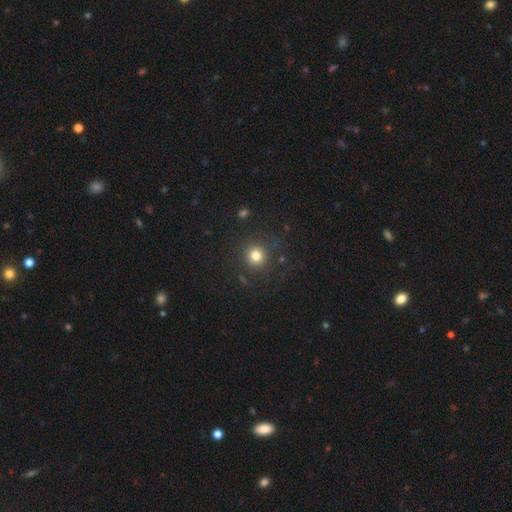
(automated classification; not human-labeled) Overall: smooth (79%). How rounded: round (94%). Merging: none (86%).